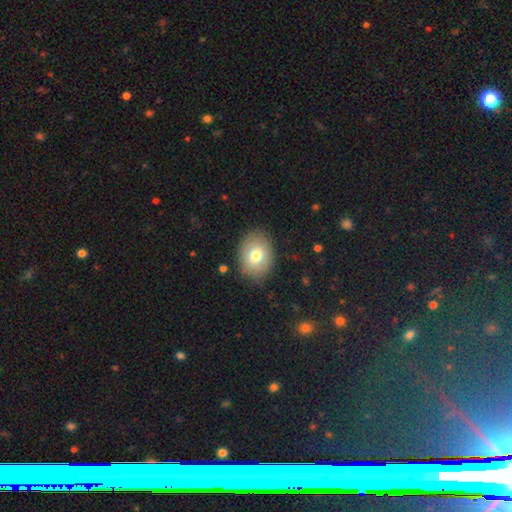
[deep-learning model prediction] Smooth or featured: smooth — 76% (featured or disk — 16%)
How rounded: in between — 67% (round — 32%)
Merging: none — 84% (minor disturbance — 12%)